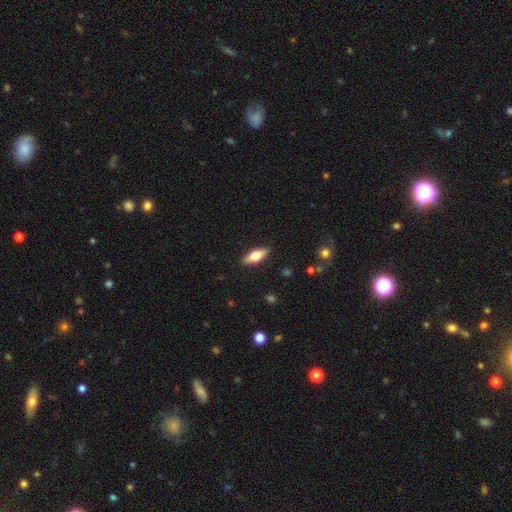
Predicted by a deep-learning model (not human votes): Smooth or featured? smooth (55%)
How rounded? in between (65%)
Merging? none (89%)